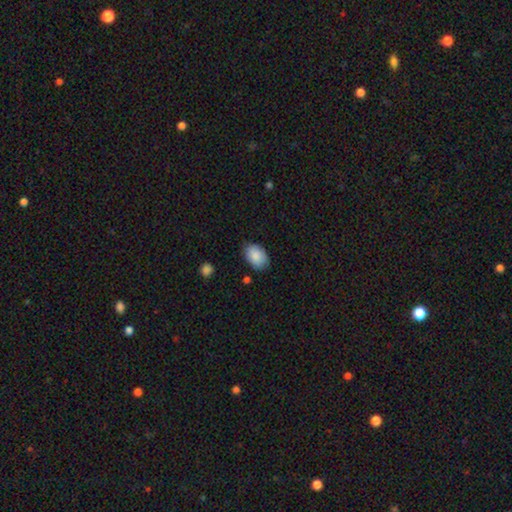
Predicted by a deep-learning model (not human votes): This is clearly a smooth galaxy (87%). How rounded: clearly in between (87%). Merging: likely none (80%).